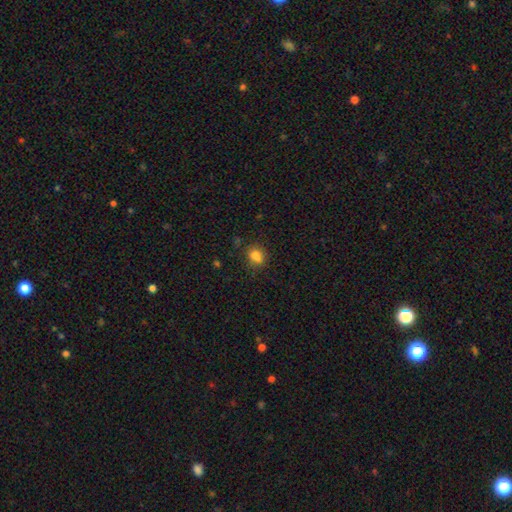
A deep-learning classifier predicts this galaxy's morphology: type=smooth (81%); roundness=round (55%); merging=none (73%).